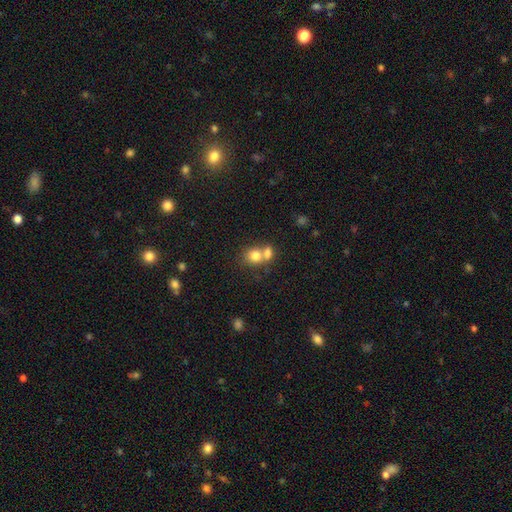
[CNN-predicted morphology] smooth_or_featured: smooth (p=0.78) [alt: featured or disk p=0.12]
how_rounded: round (p=0.70) [alt: in between p=0.29]
merging: merger (p=0.57) [alt: none p=0.33]